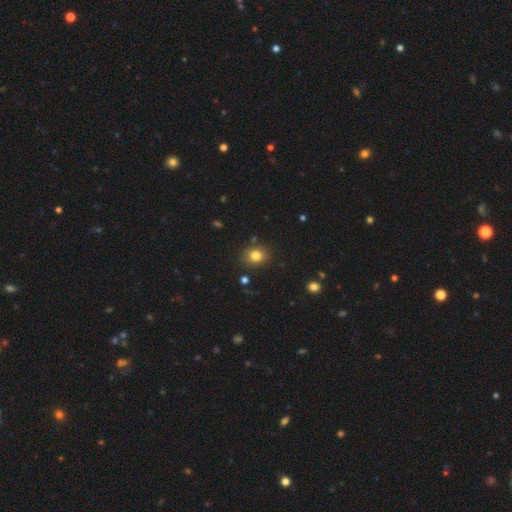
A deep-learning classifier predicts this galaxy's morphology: Smooth or featured? Predicted: smooth (p=0.80). How rounded? Predicted: round (p=0.69). Merging? Predicted: none (p=0.85).